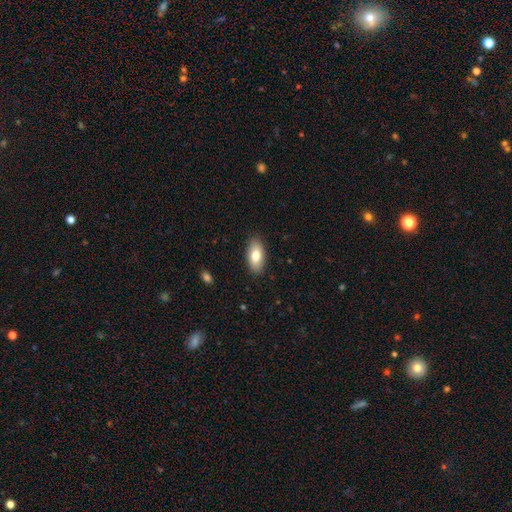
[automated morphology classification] This appears to be a smooth galaxy with no disk features (77%) that is in between round and cigar-shaped (90%). Merging: none (89%).